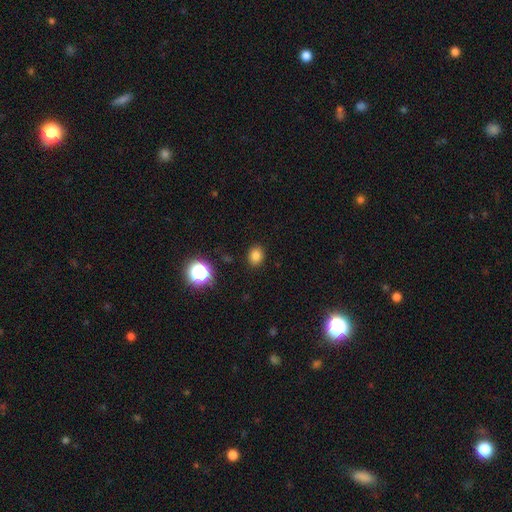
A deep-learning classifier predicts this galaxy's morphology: smooth-or-featured: smooth: 80% | star or artifact: 15% | featured or disk: 5%
  how-rounded: round: 54% | in between: 45% | cigar-shaped: 1%
  merging: none: 88% | minor disturbance: 8% | major disturbance: 2% | merger: 1%